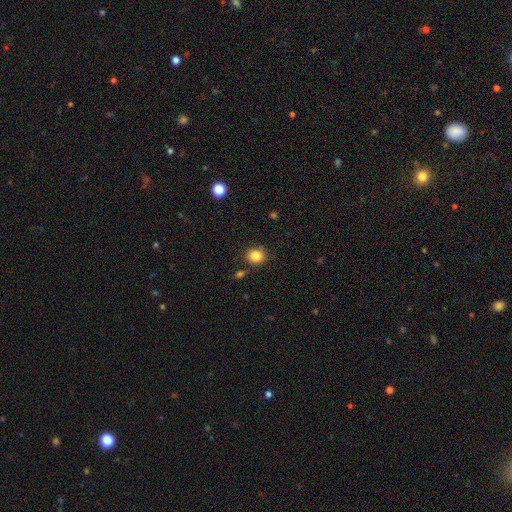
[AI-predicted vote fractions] The model was most divided on "how rounded": round: 77%, in between: 22%, cigar-shaped: 1%. More confident: smooth or featured — smooth (84%); merging — none (81%).